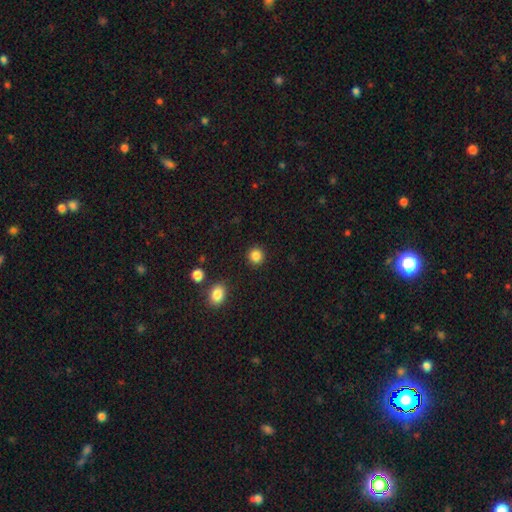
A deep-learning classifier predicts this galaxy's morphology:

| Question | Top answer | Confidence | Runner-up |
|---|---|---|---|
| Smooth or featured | smooth | 86% | star or artifact (11%) |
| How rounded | round | 91% | in between (8%) |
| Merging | none | 91% | minor disturbance (5%) |